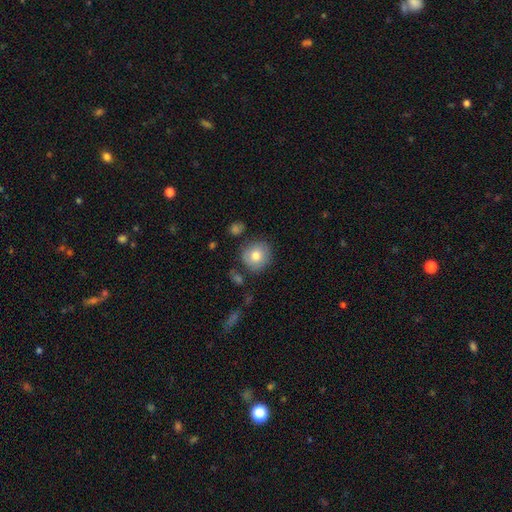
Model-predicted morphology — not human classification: Smooth or featured? Predicted: smooth (p=0.77). How rounded? Predicted: round (p=0.90). Merging? Predicted: none (p=0.81).